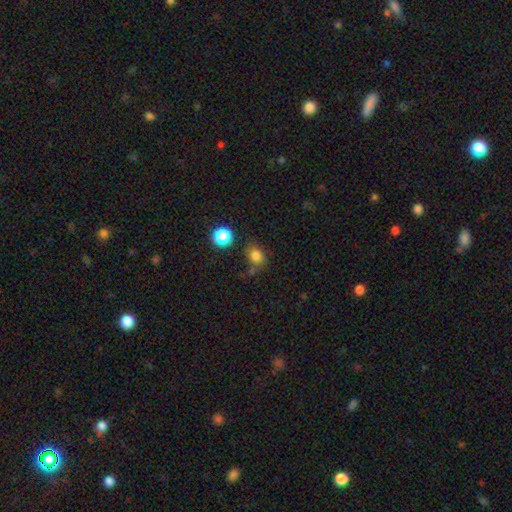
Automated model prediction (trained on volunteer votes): A smooth galaxy with no disk features (78%) that is round (58%).

Vote fractions:
- Smooth or featured? smooth: 78% / star or artifact: 15% / featured or disk: 7%
- How rounded? round: 58% / in between: 41% / cigar-shaped: 1%
- Merging? none: 66% / minor disturbance: 18% / merger: 10% / major disturbance: 6%